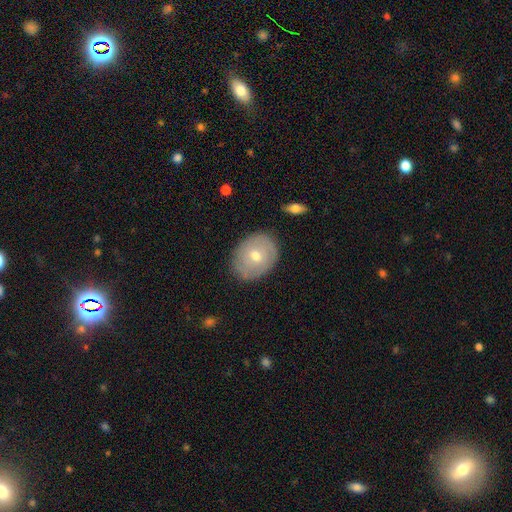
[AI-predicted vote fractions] The model was most divided on "smooth or featured": smooth: 49%, featured or disk: 44%, star or artifact: 7%. More confident: merging — none (81%).